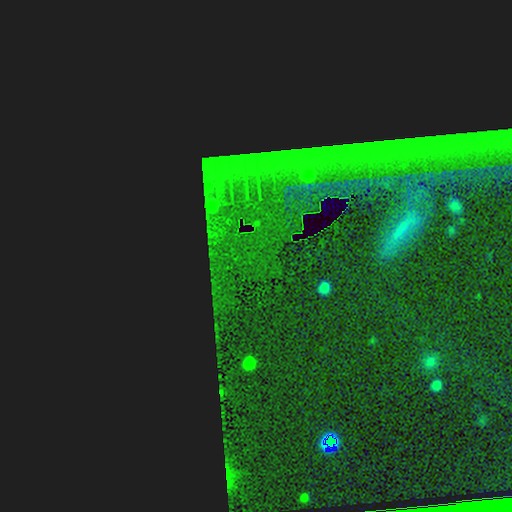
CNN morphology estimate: Smooth or featured?
  - star or artifact: 83% *
  - featured or disk: 9%
  - smooth: 8%